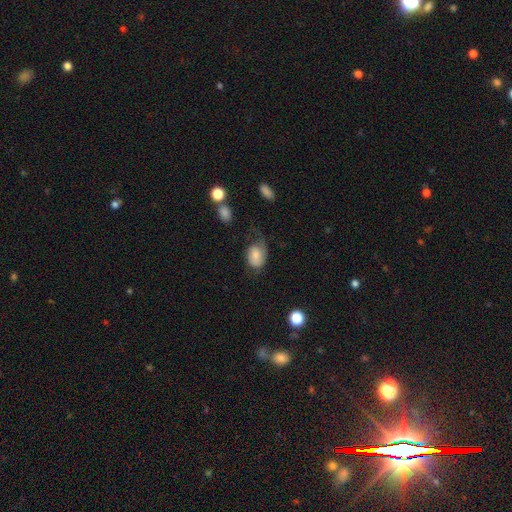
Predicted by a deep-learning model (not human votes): A smooth galaxy with no disk features (59%) that is in between round and cigar-shaped (75%). Merging: none (36%).